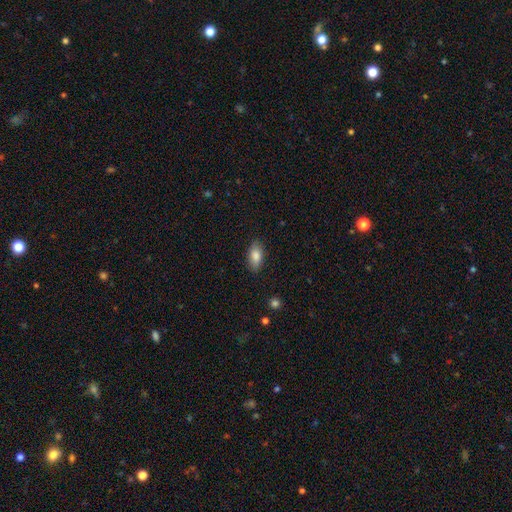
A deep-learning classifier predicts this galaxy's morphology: type=smooth (84%); roundness=in between (91%); merging=none (86%).